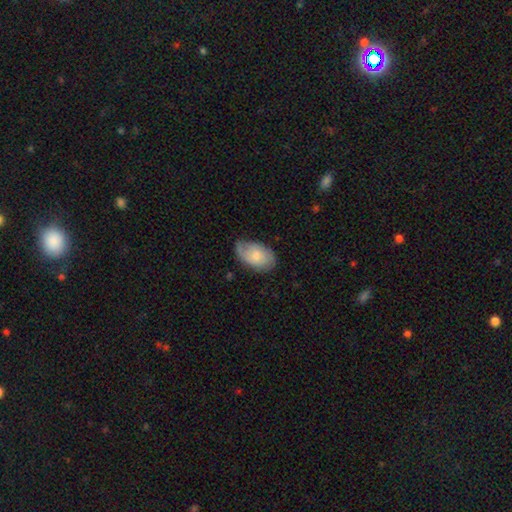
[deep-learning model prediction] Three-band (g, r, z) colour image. It shows a smooth galaxy with no disk features (62%) that is in between round and cigar-shaped (92%). Merging: none (59%).